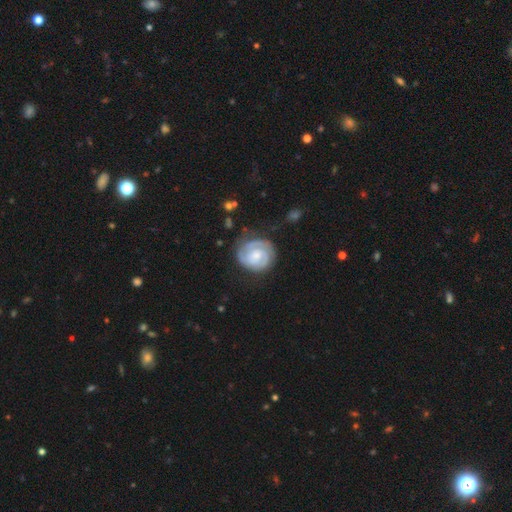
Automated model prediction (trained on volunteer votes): Smooth or featured: featured or disk — 81% (smooth — 15%)
Edge-on disk: no — 98% (yes — 2%)
Bar: no — 59% (weak — 34%)
Spiral arms: yes — 95% (no — 5%)
Spiral winding: tight — 69% (medium — 26%)
Spiral arm count: 2 — 62% (can't tell — 15%)
Bulge size: small — 49% (moderate — 36%)
Merging: none — 69% (minor disturbance — 19%)